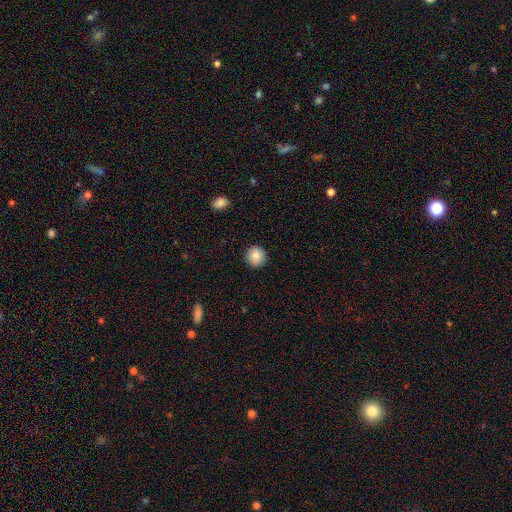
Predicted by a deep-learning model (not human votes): Q: Smooth or featured?
A: smooth (84%); runner-up: star or artifact (8%)
Q: How rounded?
A: round (93%); runner-up: in between (6%)
Q: Merging?
A: none (90%); runner-up: minor disturbance (7%)